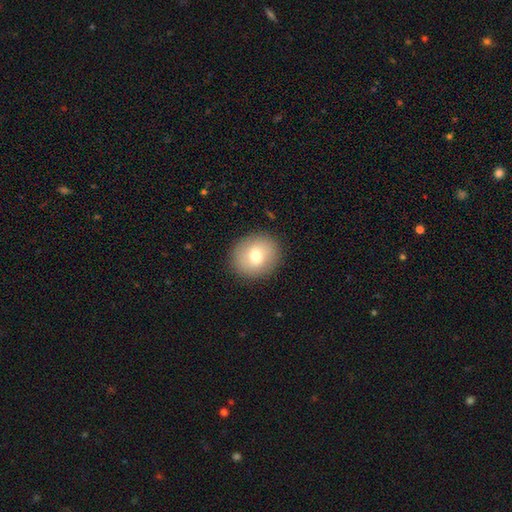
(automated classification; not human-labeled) Smooth or featured: smooth — 73% (featured or disk — 19%)
How rounded: round — 80% (in between — 19%)
Merging: none — 89% (minor disturbance — 7%)